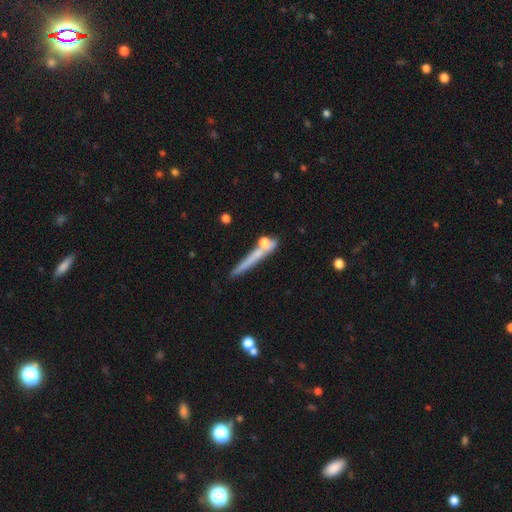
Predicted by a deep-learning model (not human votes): Smooth or featured: smooth — 51% (featured or disk — 40%)
How rounded: cigar-shaped — 91% (in between — 5%)
Merging: none — 68% (minor disturbance — 14%)